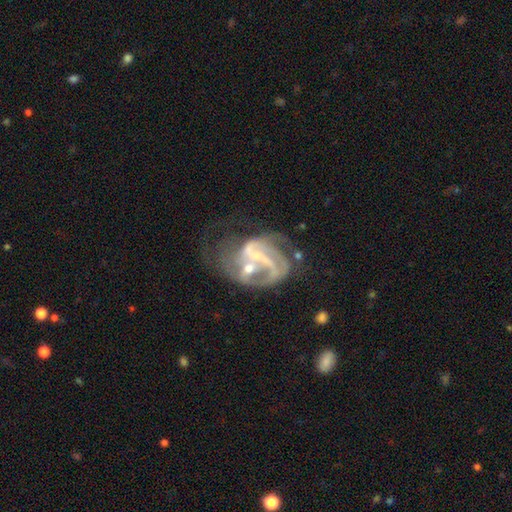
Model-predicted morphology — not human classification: This appears to be a featured or disk galaxy (84%) with a weak bar (40%), 2 (41%) medium (44%) spiral arms (85%) and a small central bulge (56%). Merging: major disturbance (35%).